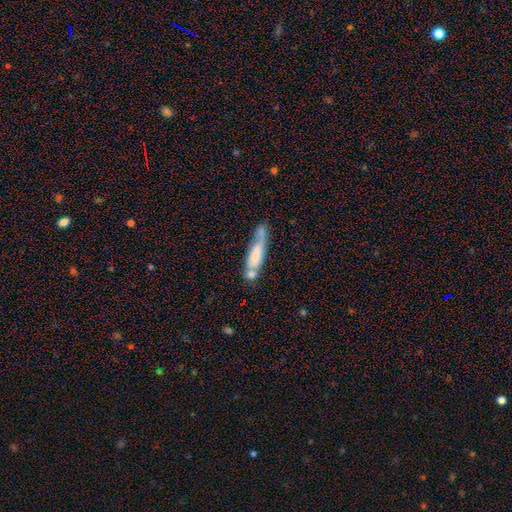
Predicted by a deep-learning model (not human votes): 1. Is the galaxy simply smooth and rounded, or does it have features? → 61% smooth, 32% featured or disk, 7% star or artifact.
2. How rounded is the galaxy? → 76% cigar-shaped, 22% in between, 2% round.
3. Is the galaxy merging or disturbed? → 36% merger, 34% none, 19% minor disturbance, 11% major disturbance.